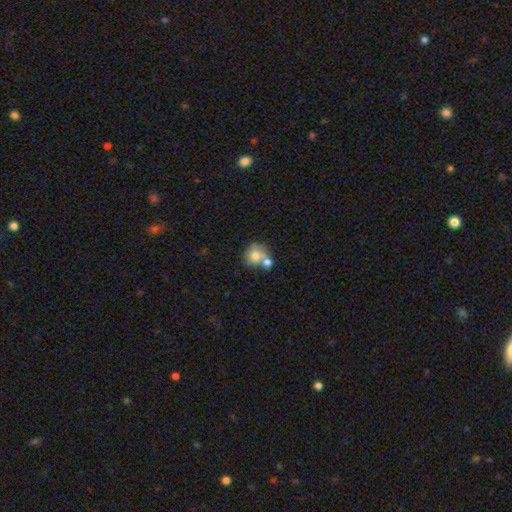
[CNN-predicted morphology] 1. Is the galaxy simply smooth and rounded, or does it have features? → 74% smooth, 17% featured or disk, 9% star or artifact.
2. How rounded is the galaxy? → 77% round, 22% in between, 1% cigar-shaped.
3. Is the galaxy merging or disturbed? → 43% merger, 38% none, 12% minor disturbance, 6% major disturbance.